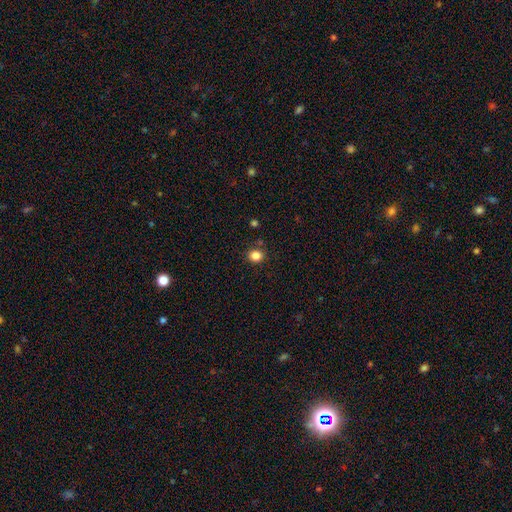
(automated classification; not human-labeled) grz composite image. It shows a smooth galaxy with no disk features (84%) that is round (73%). Merging: none (86%).